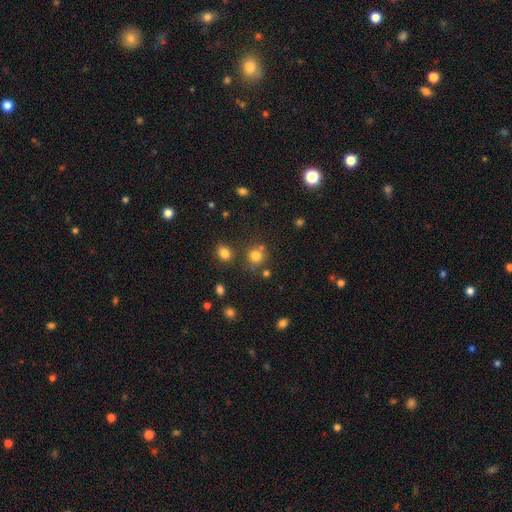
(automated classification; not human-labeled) Q: Smooth or featured?
A: smooth (78%); runner-up: star or artifact (16%)
Q: How rounded?
A: round (87%); runner-up: in between (12%)
Q: Merging?
A: none (70%); runner-up: merger (15%)